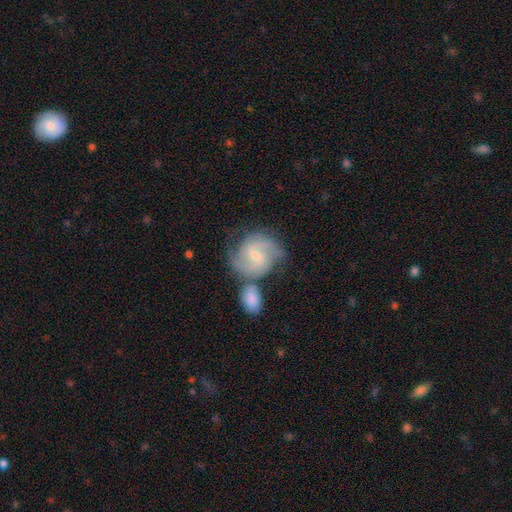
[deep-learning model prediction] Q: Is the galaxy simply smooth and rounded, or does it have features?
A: featured or disk — 84%.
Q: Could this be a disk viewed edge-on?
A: no — 98%.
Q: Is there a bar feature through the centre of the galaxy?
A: weak — 58%.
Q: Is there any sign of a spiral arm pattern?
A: yes — 97%.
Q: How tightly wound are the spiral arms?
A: medium — 52%.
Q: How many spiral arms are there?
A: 2 — 72%.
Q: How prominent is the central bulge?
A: small — 64%.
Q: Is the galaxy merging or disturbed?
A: none — 54%.